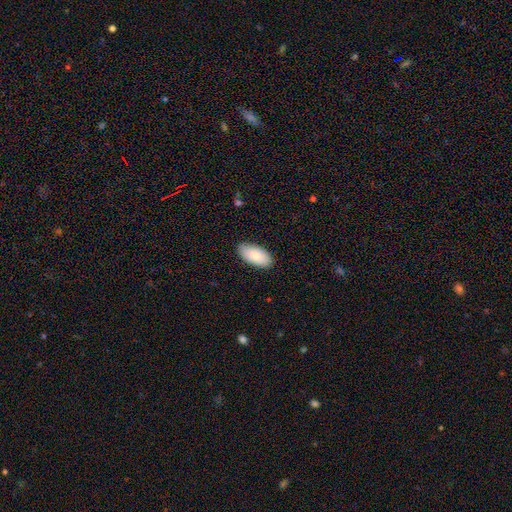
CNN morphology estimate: smooth-or-featured: smooth: 82% | featured or disk: 12% | star or artifact: 6%
  how-rounded: in between: 94% | cigar-shaped: 4% | round: 2%
  merging: none: 85% | minor disturbance: 12% | major disturbance: 2% | merger: 1%